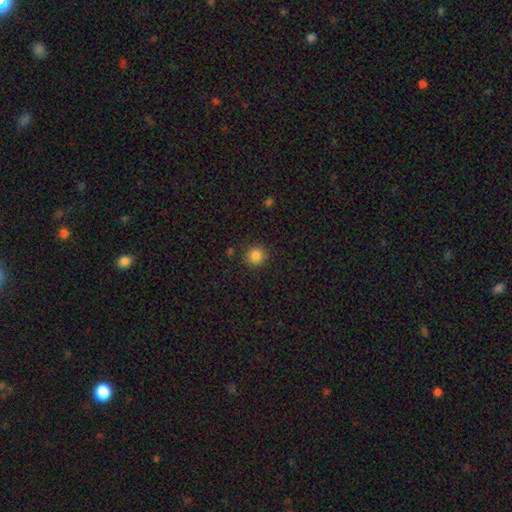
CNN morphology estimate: Smooth or featured? smooth (85%)
How rounded? round (91%)
Merging? none (89%)